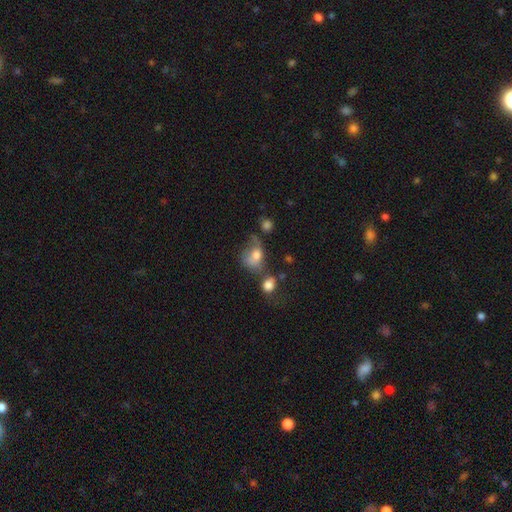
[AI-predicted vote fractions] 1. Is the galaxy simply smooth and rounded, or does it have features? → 67% smooth, 21% featured or disk, 12% star or artifact.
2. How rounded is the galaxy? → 58% in between, 40% round, 2% cigar-shaped.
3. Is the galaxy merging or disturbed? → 29% major disturbance, 25% none, 23% merger, 23% minor disturbance.